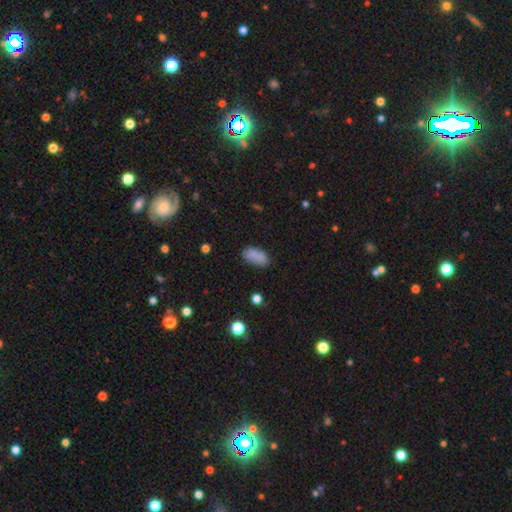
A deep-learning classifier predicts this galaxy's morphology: Smooth or featured? smooth (85%)
How rounded? in between (90%)
Merging? none (72%)